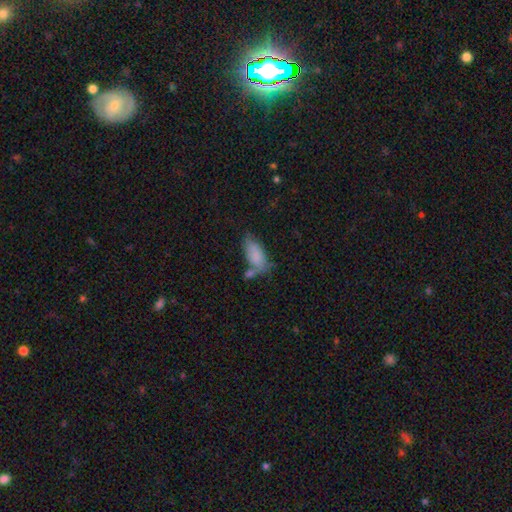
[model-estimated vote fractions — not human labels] smooth 82%, featured or disk 10%, star or artifact 8%. Down the decision tree: how rounded — in between (85%); merging — none (44%).